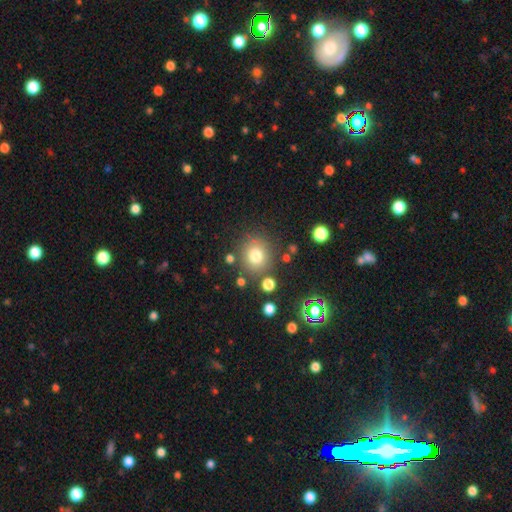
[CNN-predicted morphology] This is likely a smooth galaxy (76%). How rounded: clearly round (85%). Merging: clearly none (81%).